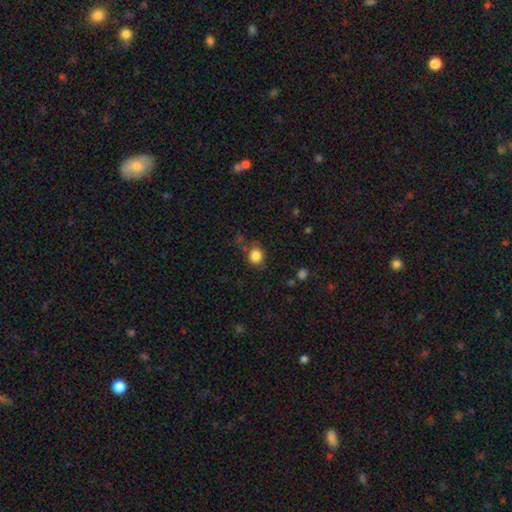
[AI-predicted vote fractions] Overall: smooth (84%). How rounded: round (82%). Merging: none (78%).